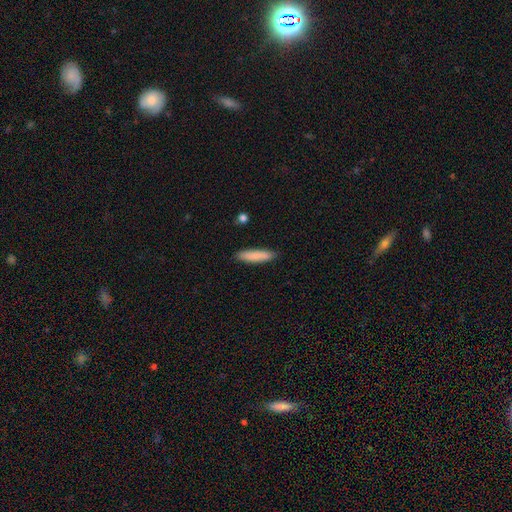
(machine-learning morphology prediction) smooth_or_featured: smooth (p=0.86) [alt: featured or disk p=0.08]
how_rounded: cigar-shaped (p=0.78) [alt: in between p=0.21]
merging: none (p=0.88) [alt: minor disturbance p=0.09]